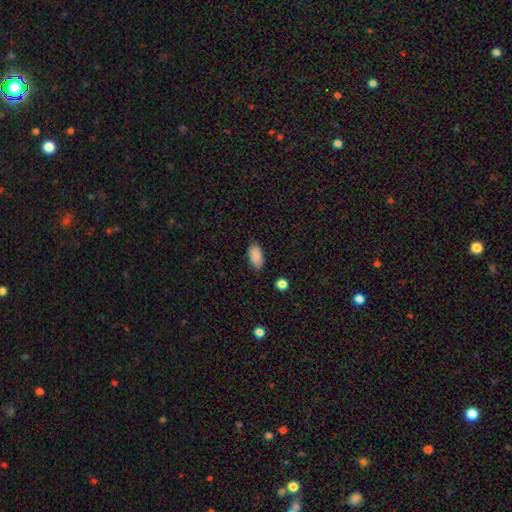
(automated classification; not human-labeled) smooth_or_featured: smooth (p=0.88) [alt: star or artifact p=0.08]
how_rounded: in between (p=0.92) [alt: cigar-shaped p=0.04]
merging: none (p=0.82) [alt: minor disturbance p=0.14]